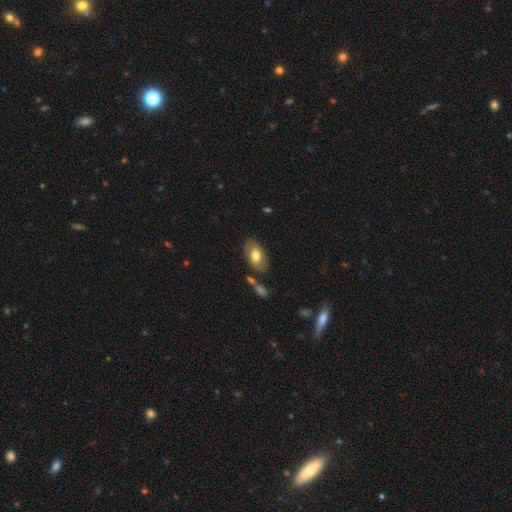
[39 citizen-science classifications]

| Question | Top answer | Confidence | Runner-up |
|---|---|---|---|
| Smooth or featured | smooth | 77% | featured or disk (21%) |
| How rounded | in between | 100% | — |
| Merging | none | 92% | minor disturbance (8%) |